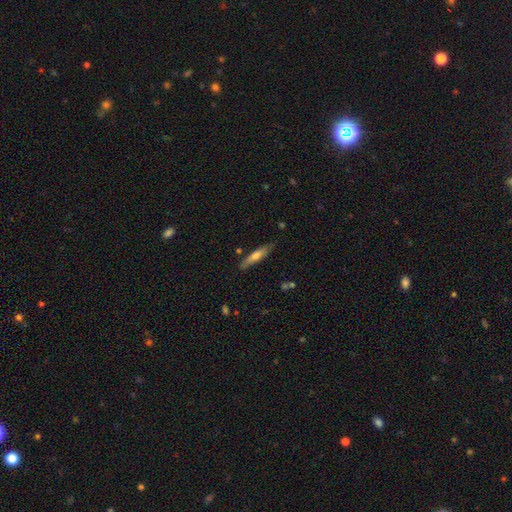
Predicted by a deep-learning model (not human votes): smooth_or_featured: smooth (p=0.54) [alt: featured or disk p=0.40]
how_rounded: cigar-shaped (p=0.87) [alt: in between p=0.12]
merging: none (p=0.82) [alt: minor disturbance p=0.13]